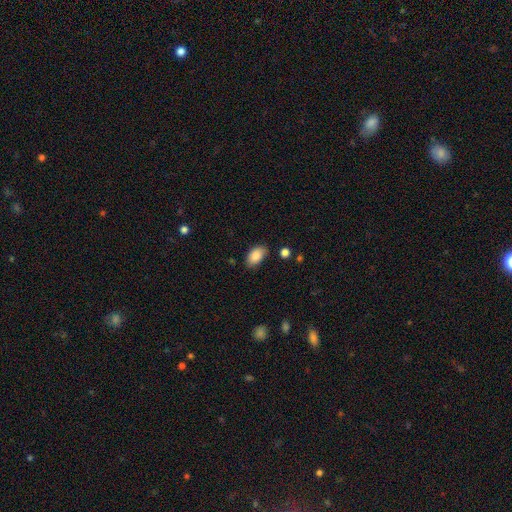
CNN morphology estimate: This appears to be a smooth galaxy with no disk features (88%) that is in between round and cigar-shaped (92%). Merging: none (75%).